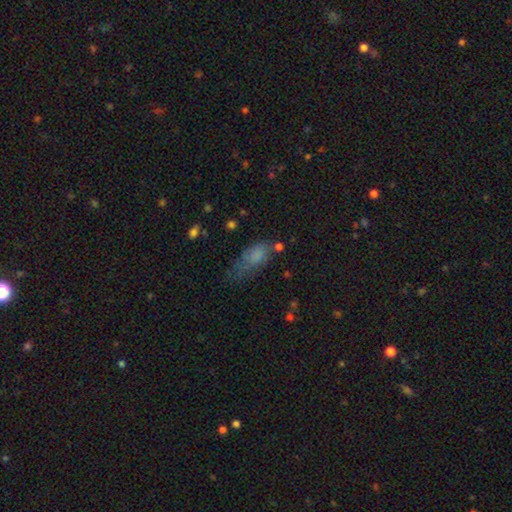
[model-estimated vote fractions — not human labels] smooth 71%, featured or disk 17%, star or artifact 12%. Down the decision tree: how rounded — in between (82%); merging — none (32%).